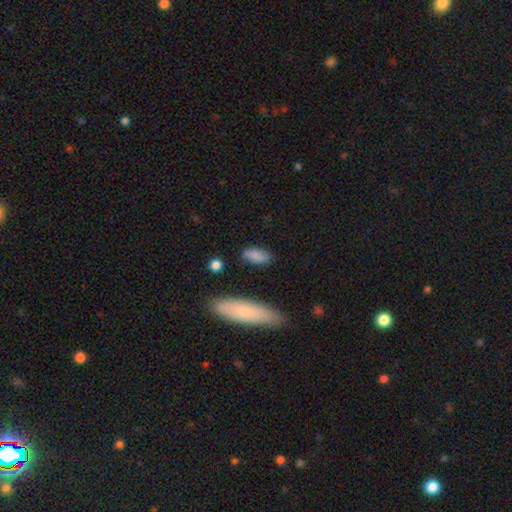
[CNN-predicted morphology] Smooth or featured?
  - smooth: 84% *
  - featured or disk: 9%
  - star or artifact: 7%
How rounded?
  - in between: 85% *
  - cigar-shaped: 12%
  - round: 3%
Merging?
  - none: 79% *
  - minor disturbance: 15%
  - major disturbance: 4%
  - merger: 3%